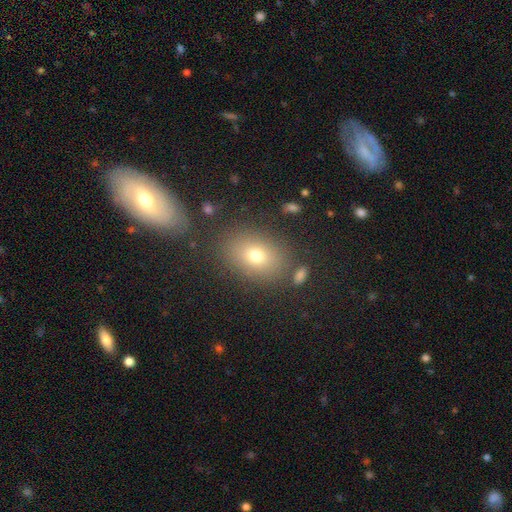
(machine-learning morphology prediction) The model was most divided on "how rounded": in between: 69%, round: 30%, cigar-shaped: 1%. More confident: merging — none (80%); smooth or featured — smooth (73%).